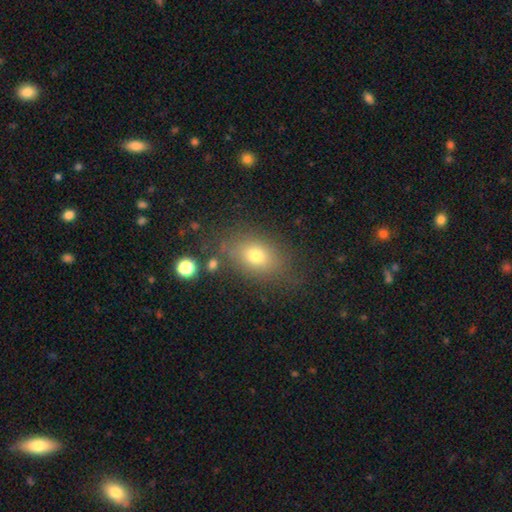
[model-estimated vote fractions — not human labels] A smooth galaxy with no disk features (73%) that is in between round and cigar-shaped (71%).

Vote fractions:
- Smooth or featured? smooth: 73% / star or artifact: 14% / featured or disk: 13%
- How rounded? in between: 71% / round: 27% / cigar-shaped: 2%
- Merging? none: 75% / minor disturbance: 15% / major disturbance: 7% / merger: 3%